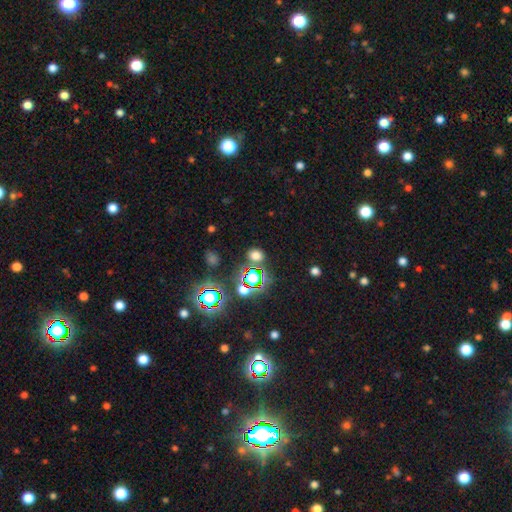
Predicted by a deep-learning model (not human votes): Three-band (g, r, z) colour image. It shows a smooth galaxy with no disk features (60%) that is round (66%). Merging: none (79%).